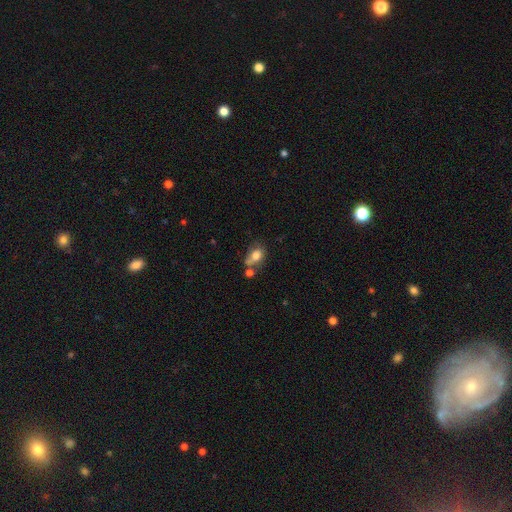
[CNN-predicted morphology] Overall: smooth (76%). How rounded: in between (68%; round 30%). Merging: none (39%; merger 33%).